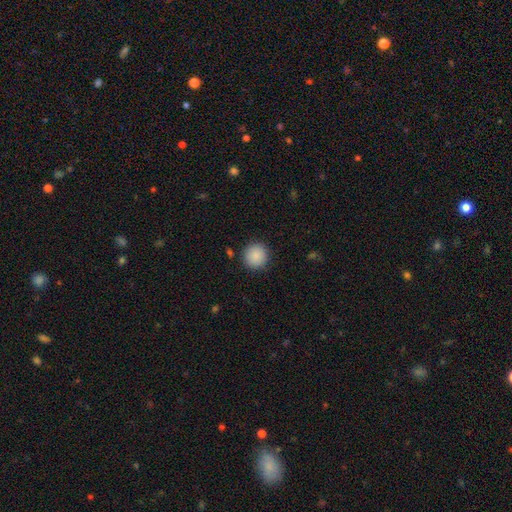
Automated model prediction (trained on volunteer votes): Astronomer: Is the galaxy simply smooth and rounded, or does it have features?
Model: smooth — 89%.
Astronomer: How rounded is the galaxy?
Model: round — 94%.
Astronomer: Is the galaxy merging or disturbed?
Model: none — 90%.